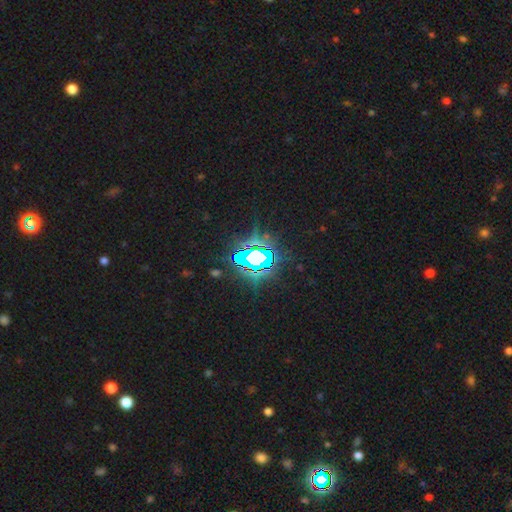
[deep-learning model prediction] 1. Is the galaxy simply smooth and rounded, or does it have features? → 76% star or artifact, 12% featured or disk, 12% smooth.